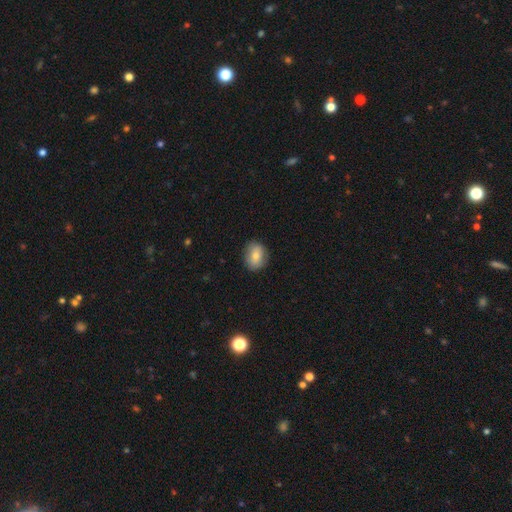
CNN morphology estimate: Smooth or featured: smooth — 75% (featured or disk — 17%)
How rounded: in between — 51% (round — 48%)
Merging: none — 85% (minor disturbance — 11%)